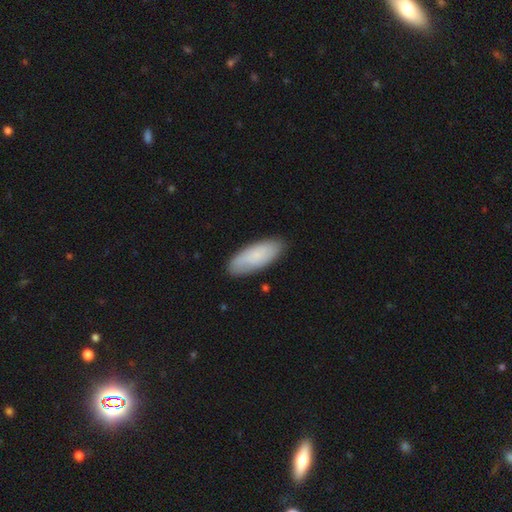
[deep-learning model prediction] smooth_or_featured: smooth (p=0.77) [alt: featured or disk p=0.17]
how_rounded: in between (p=0.74) [alt: cigar-shaped p=0.24]
merging: none (p=0.84) [alt: minor disturbance p=0.12]